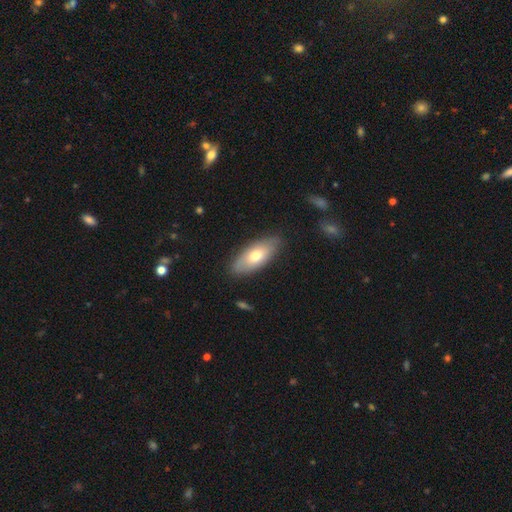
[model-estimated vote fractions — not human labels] smooth 67%, featured or disk 27%, star or artifact 6%. Down the decision tree: how rounded — in between (85%); merging — none (83%).